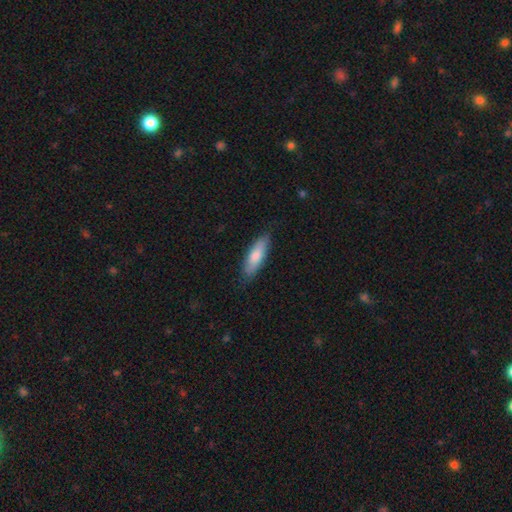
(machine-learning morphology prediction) Smooth or featured?
  - smooth: 78% *
  - featured or disk: 16%
  - star or artifact: 5%
How rounded?
  - in between: 53% *
  - cigar-shaped: 45%
  - round: 2%
Merging?
  - none: 82% *
  - minor disturbance: 14%
  - major disturbance: 3%
  - merger: 1%